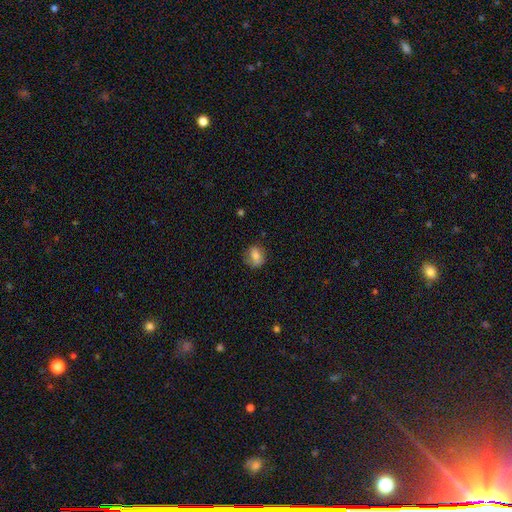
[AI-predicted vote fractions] smooth 75%, featured or disk 16%, star or artifact 9%. Down the decision tree: how rounded — round (51%); merging — none (75%).